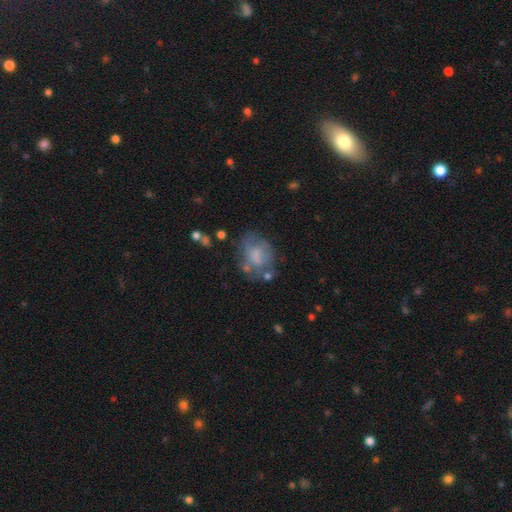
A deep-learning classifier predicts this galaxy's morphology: smooth_or_featured: smooth (p=0.43) [tied with: featured or disk p=0.43]
merging: none (p=0.53) [alt: minor disturbance p=0.23]